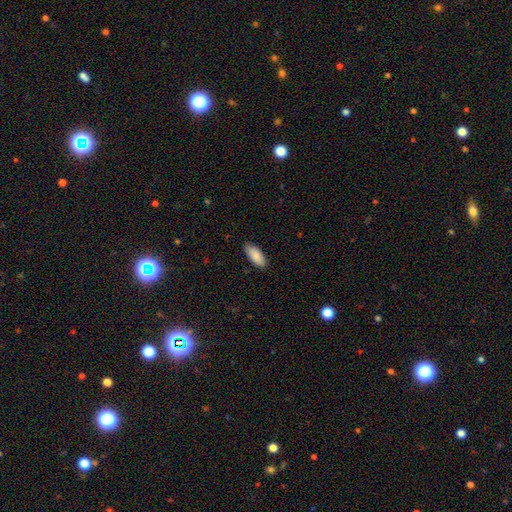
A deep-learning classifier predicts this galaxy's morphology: smooth_or_featured: smooth (p=0.88) [alt: featured or disk p=0.07]
how_rounded: in between (p=0.88) [alt: cigar-shaped p=0.10]
merging: none (p=0.87) [alt: minor disturbance p=0.10]